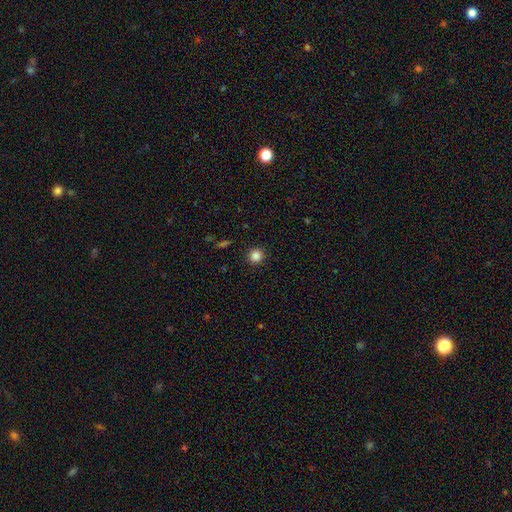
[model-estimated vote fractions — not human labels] Morphology: type=smooth (85%); roundness=round (95%); merging=none (92%).